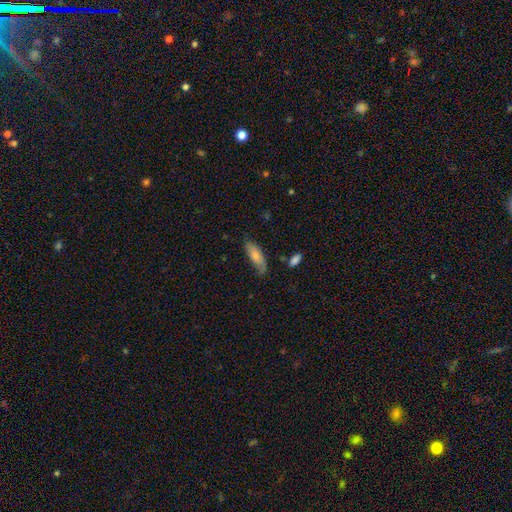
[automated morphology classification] Smooth or featured: smooth — 76% (featured or disk — 18%)
How rounded: in between — 65% (cigar-shaped — 33%)
Merging: none — 65% (minor disturbance — 27%)